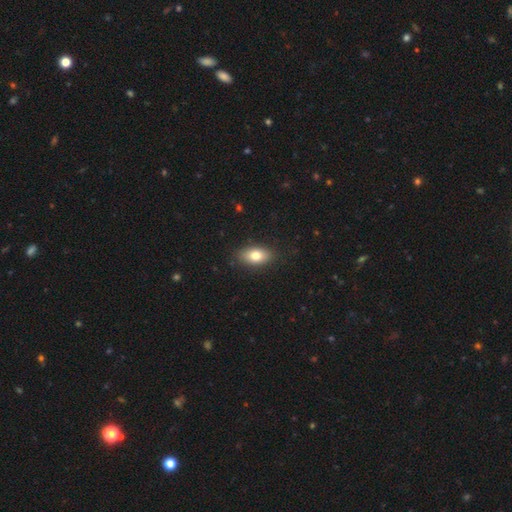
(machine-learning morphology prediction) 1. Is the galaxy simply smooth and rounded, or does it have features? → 78% smooth, 14% featured or disk, 8% star or artifact.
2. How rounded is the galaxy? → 88% in between, 8% round, 5% cigar-shaped.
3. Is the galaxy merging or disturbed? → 86% none, 10% minor disturbance, 2% major disturbance, 1% merger.